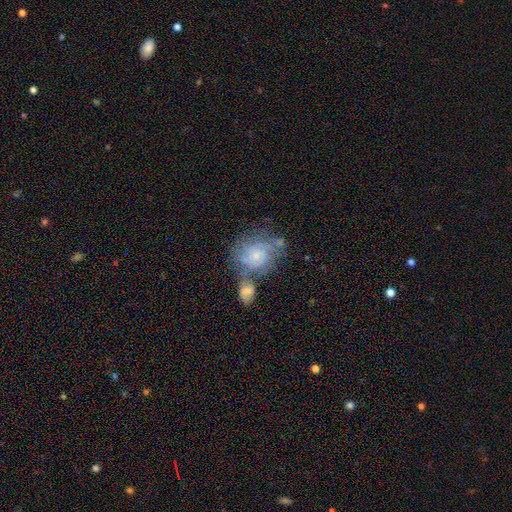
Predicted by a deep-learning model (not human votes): The model was most divided on "merging" (2-way tie): none: 36%, merger: 36%, minor disturbance: 17%, major disturbance: 11%. More confident: edge-on disk — no (97%); spiral arms — yes (81%); bar — no (79%); bulge size — small (70%); smooth or featured — featured or disk (58%).